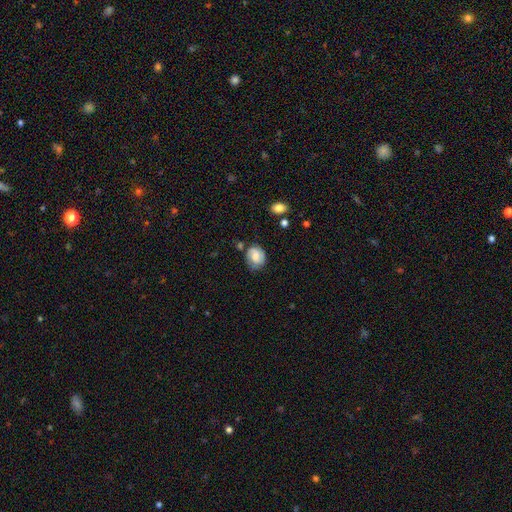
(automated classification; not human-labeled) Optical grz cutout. It shows a smooth galaxy with no disk features (50%) that is round (59%). Merging: none (63%).